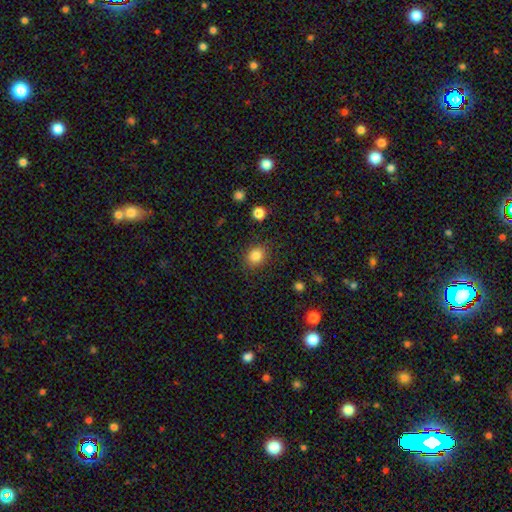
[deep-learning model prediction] Smooth or featured: smooth — 84% (star or artifact — 11%)
How rounded: round — 70% (in between — 29%)
Merging: none — 86% (minor disturbance — 9%)